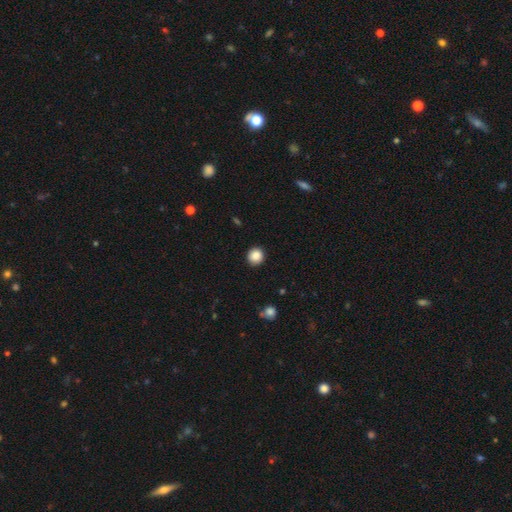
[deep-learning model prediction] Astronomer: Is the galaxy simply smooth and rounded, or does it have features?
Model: smooth — 87%.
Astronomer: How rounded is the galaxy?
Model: round — 90%.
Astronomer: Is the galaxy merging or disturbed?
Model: none — 91%.